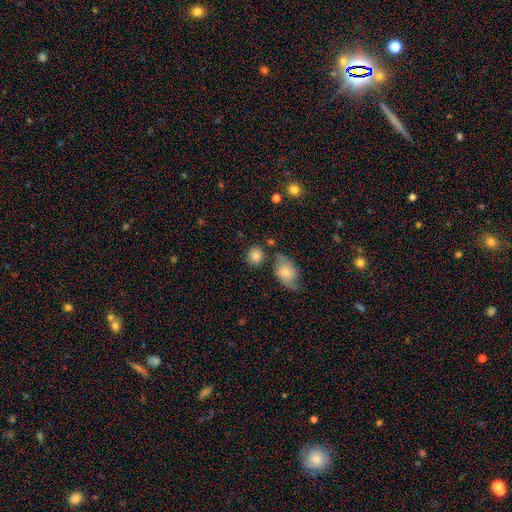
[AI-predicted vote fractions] smooth 83%, featured or disk 8%, star or artifact 8%. Down the decision tree: how rounded — round (78%); merging — none (71%).